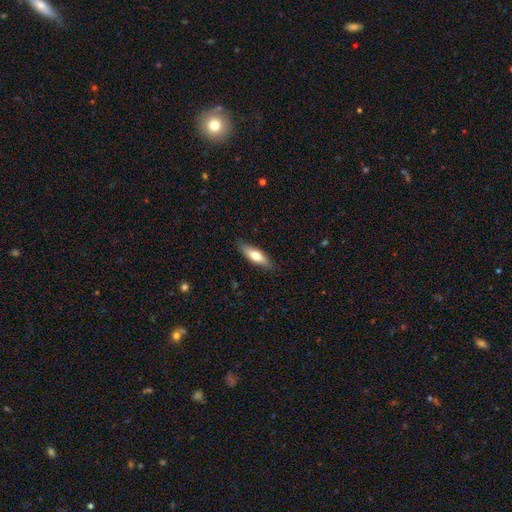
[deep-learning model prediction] Smooth or featured? Predicted: smooth (p=0.69). How rounded? Predicted: in between (p=0.49, tied with cigar-shaped). Merging? Predicted: none (p=0.88).